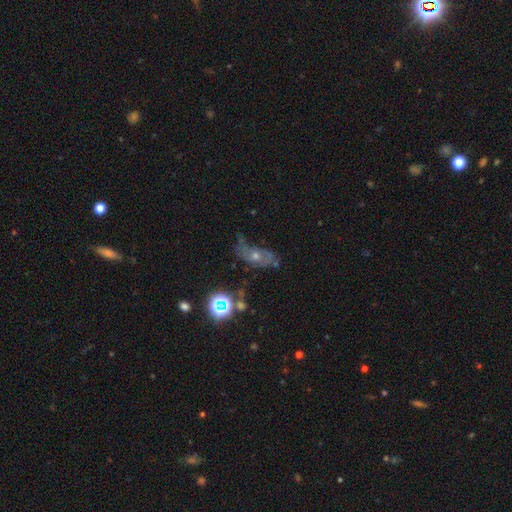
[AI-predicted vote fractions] Overall: featured or disk (53%; smooth 24%). Edge-on disk: no (89%). Merging: none (44%; minor disturbance 27%).